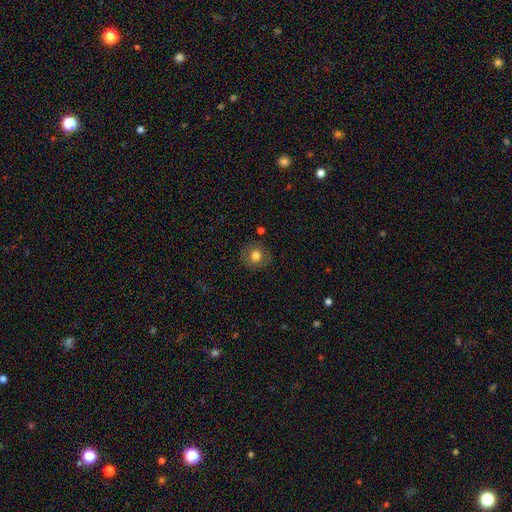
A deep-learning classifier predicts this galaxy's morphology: Smooth or featured?
  - smooth: 73% *
  - featured or disk: 17%
  - star or artifact: 10%
How rounded?
  - round: 88% *
  - in between: 11%
  - cigar-shaped: 1%
Merging?
  - none: 86% *
  - minor disturbance: 10%
  - major disturbance: 3%
  - merger: 2%